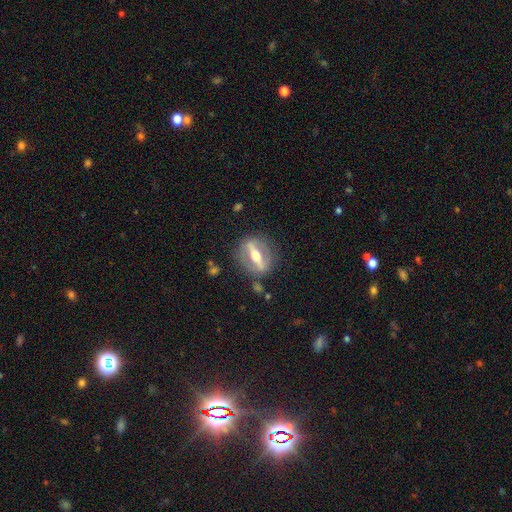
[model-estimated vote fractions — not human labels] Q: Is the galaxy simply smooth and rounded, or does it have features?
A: featured or disk — 79%.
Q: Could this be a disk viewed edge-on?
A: yes — 52%.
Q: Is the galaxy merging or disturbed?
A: none — 81%.